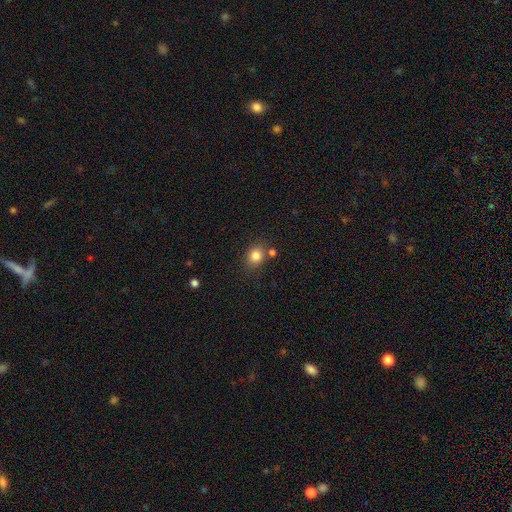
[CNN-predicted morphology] Smooth or featured? Predicted: smooth (p=0.83). How rounded? Predicted: round (p=0.66). Merging? Predicted: none (p=0.74).